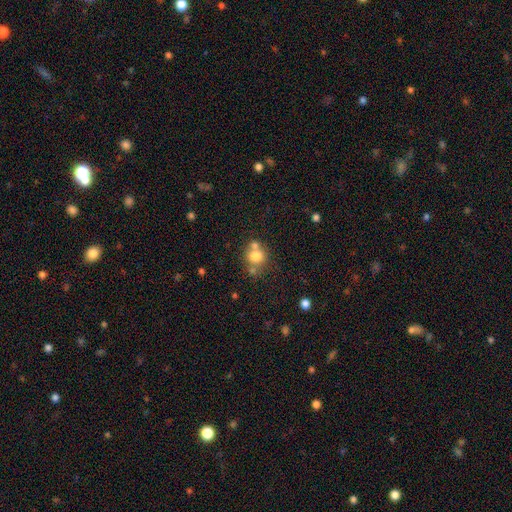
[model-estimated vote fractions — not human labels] Smooth or featured? Predicted: smooth (p=0.74). How rounded? Predicted: round (p=0.82). Merging? Predicted: none (p=0.51).